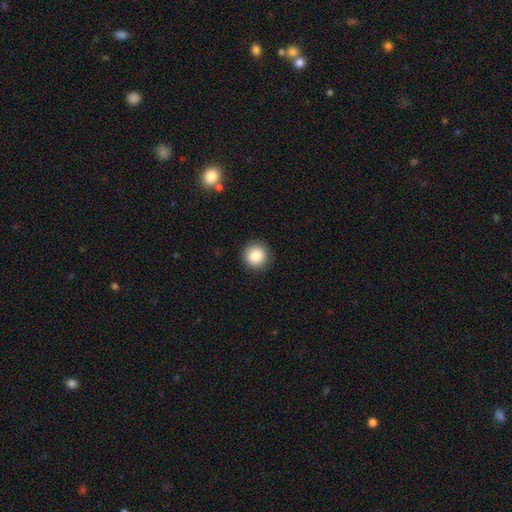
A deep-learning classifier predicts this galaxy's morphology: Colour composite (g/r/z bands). It shows a smooth galaxy with no disk features (87%) that is round (95%). Merging: none (91%).